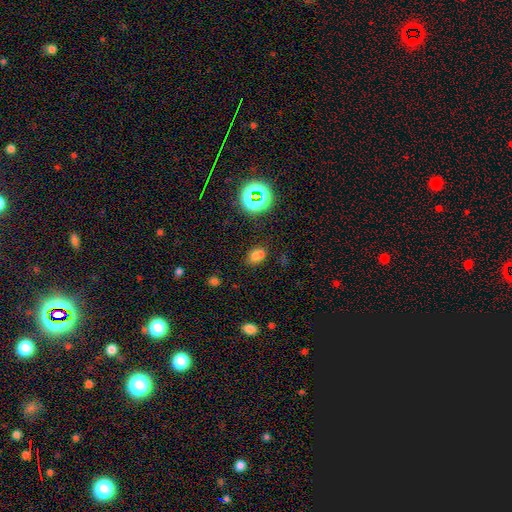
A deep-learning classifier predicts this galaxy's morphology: This appears to be a smooth galaxy with no disk features (71%) that is in between round and cigar-shaped (75%). Merging: none (68%).